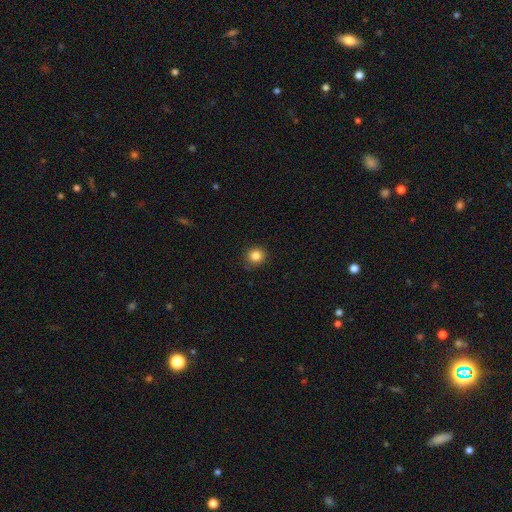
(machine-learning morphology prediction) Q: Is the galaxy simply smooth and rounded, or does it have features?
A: smooth — 84%.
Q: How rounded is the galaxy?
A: round — 92%.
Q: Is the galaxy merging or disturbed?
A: none — 89%.